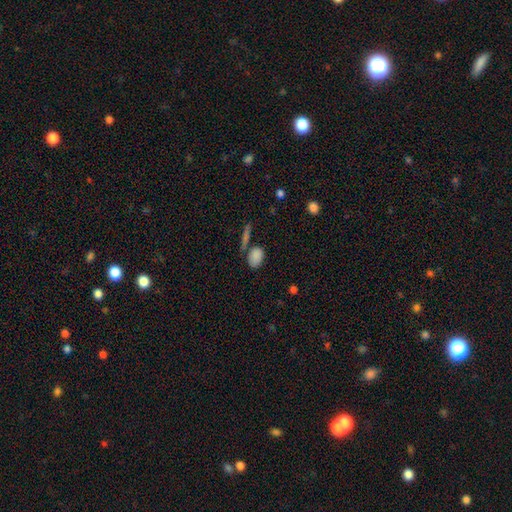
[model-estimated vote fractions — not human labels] smooth-or-featured: smooth: 83% | star or artifact: 10% | featured or disk: 6%
  how-rounded: in between: 81% | round: 16% | cigar-shaped: 3%
  merging: none: 65% | minor disturbance: 15% | merger: 15% | major disturbance: 5%